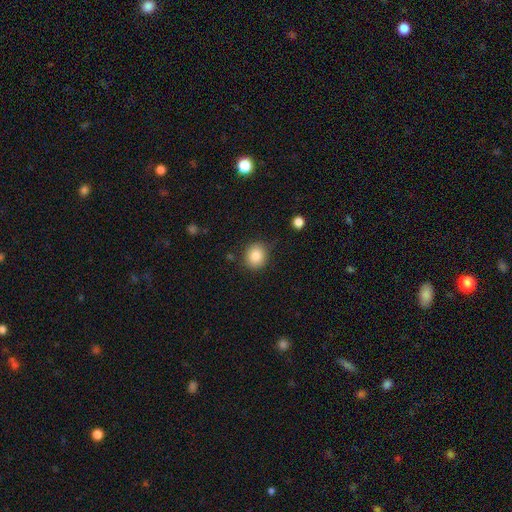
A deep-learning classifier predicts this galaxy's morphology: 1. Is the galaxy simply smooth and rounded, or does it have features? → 85% smooth, 9% star or artifact, 6% featured or disk.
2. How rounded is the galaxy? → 79% round, 20% in between, 1% cigar-shaped.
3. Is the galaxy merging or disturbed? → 84% none, 11% minor disturbance, 3% major disturbance, 2% merger.